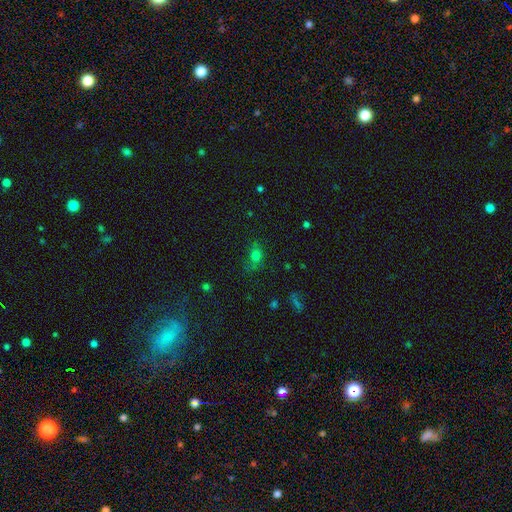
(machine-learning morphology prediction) Overall: smooth (69%). How rounded: in between (59%; round 38%). Merging: none (60%; minor disturbance 24%).